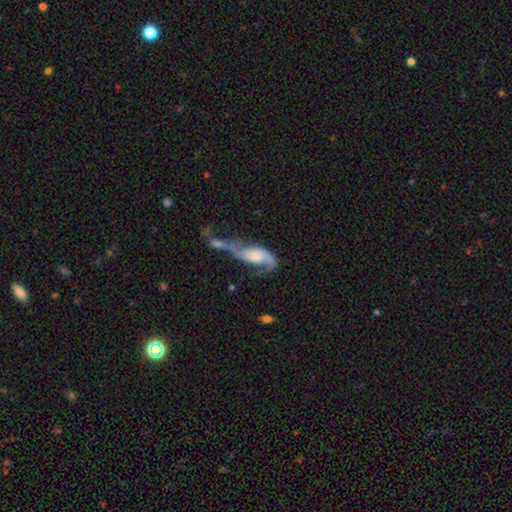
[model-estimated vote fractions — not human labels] A featured or disk galaxy (73%) with no bar (61%), 2 (78%) loose (65%) spiral arms (90%) and no central bulge (30%).

Vote fractions:
- Smooth or featured? featured or disk: 73% / smooth: 20% / star or artifact: 7%
- Edge-on disk? no: 93% / yes: 7%
- Bar? no: 61% / weak: 29% / strong: 10%
- Spiral arms? yes: 90% / no: 10%
- Spiral winding? loose: 65% / medium: 27% / tight: 9%
- Spiral arm count? 2: 78% / 1: 14% / can't tell: 5% / 3: 1% / 4: 1% / more than 4: 1%
- Bulge size? none: 30% / small: 26% / moderate: 23% / large: 16% / dominant: 4%
- Merging? merger: 46% / major disturbance: 24% / none: 18% / minor disturbance: 12%